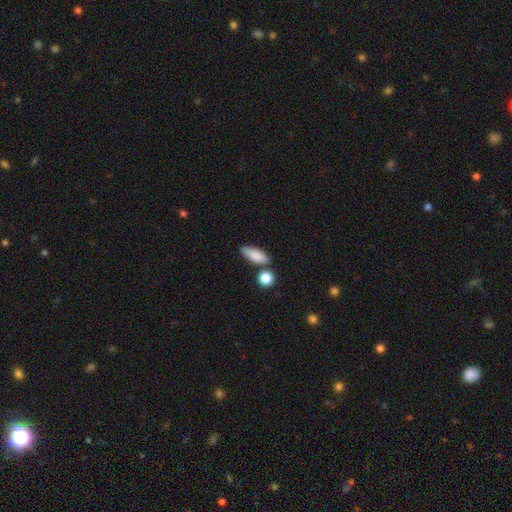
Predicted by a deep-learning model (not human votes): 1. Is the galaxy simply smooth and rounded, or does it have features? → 85% smooth, 8% featured or disk, 7% star or artifact.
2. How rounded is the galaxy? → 71% in between, 24% cigar-shaped, 5% round.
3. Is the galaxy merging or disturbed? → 73% none, 14% minor disturbance, 10% merger, 4% major disturbance.